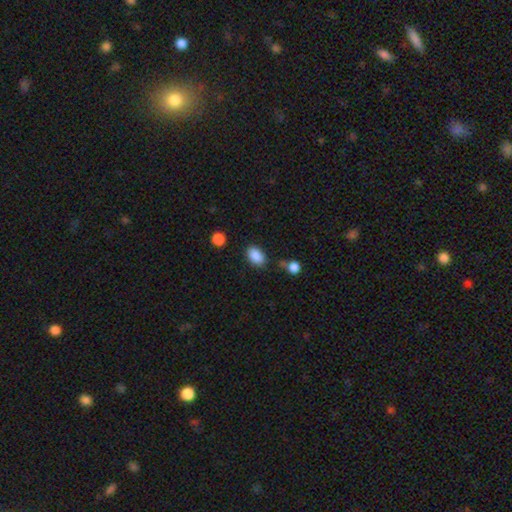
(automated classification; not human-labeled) This is clearly a smooth galaxy (88%). How rounded: clearly in between (86%). Merging: likely none (76%).